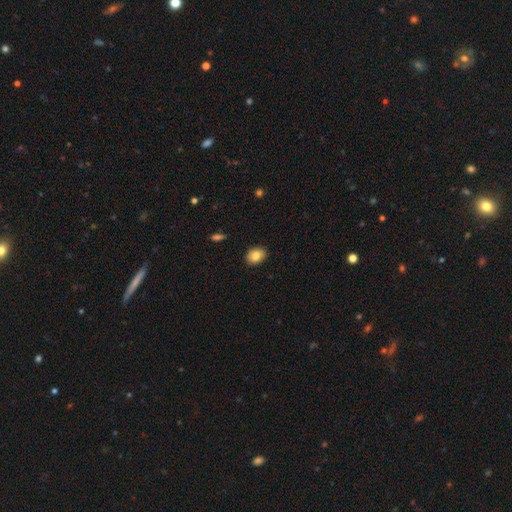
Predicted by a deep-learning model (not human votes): smooth-or-featured: smooth: 83% | featured or disk: 9% | star or artifact: 8%
  how-rounded: in between: 63% | round: 36% | cigar-shaped: 1%
  merging: none: 87% | minor disturbance: 10% | major disturbance: 2% | merger: 1%